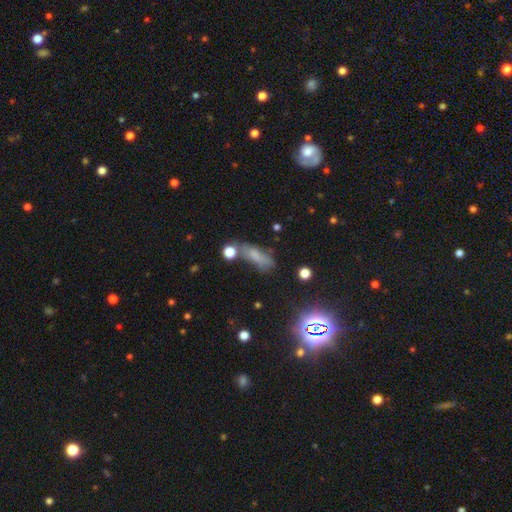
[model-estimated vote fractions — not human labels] A smooth galaxy with no disk features (59%) that is in between round and cigar-shaped (56%). Merging: none (46%).